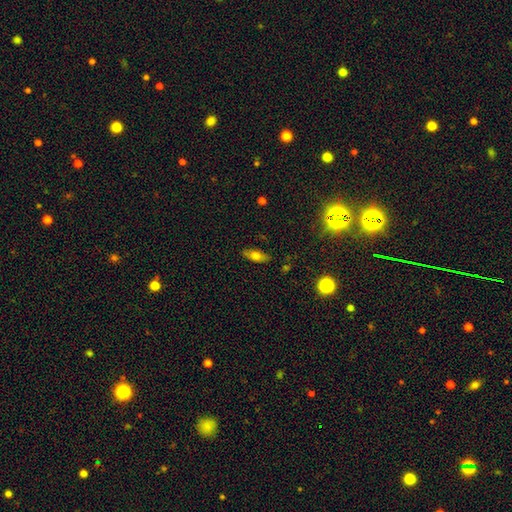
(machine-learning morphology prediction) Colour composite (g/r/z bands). It shows a smooth galaxy with no disk features (67%) that is in between round and cigar-shaped (77%). Merging: none (84%).